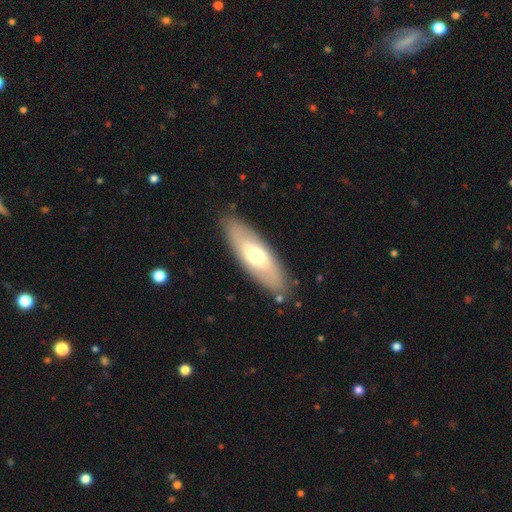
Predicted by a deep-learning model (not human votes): A smooth galaxy with no disk features (58%) that is in between round and cigar-shaped (62%).

Vote fractions:
- Smooth or featured? smooth: 58% / featured or disk: 37% / star or artifact: 6%
- How rounded? in between: 62% / cigar-shaped: 35% / round: 2%
- Merging? none: 86% / minor disturbance: 10% / major disturbance: 3% / merger: 2%